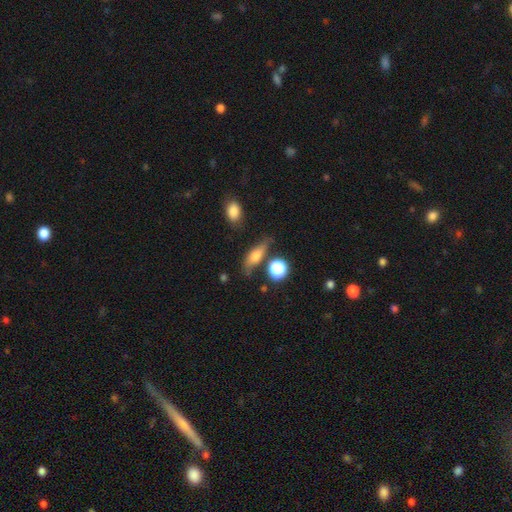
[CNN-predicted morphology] This appears to be a smooth galaxy with no disk features (58%) that is in between round and cigar-shaped (57%). Merging: none (63%).